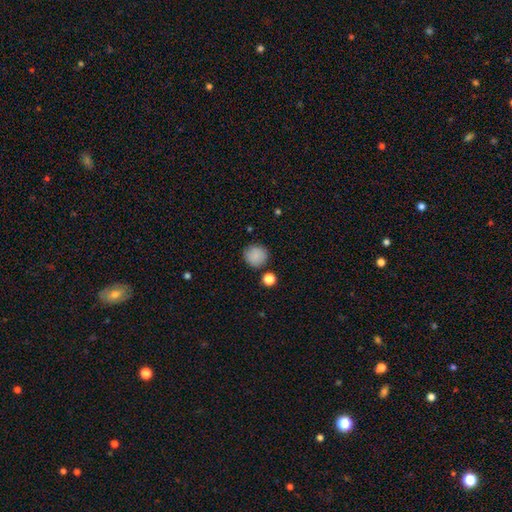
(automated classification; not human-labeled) The model was most divided on "merging": none: 85%, minor disturbance: 8%, merger: 4%, major disturbance: 3%. More confident: how rounded — round (92%); smooth or featured — smooth (87%).